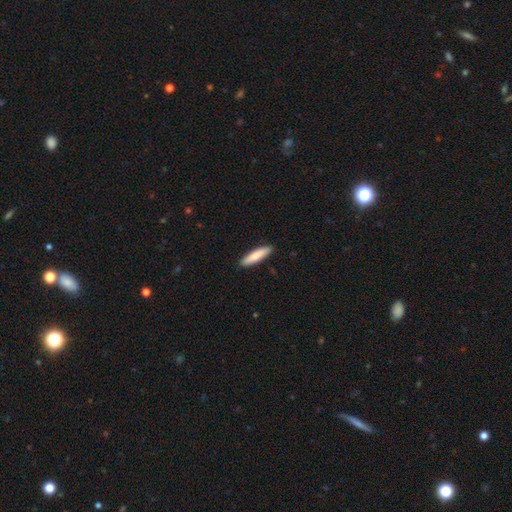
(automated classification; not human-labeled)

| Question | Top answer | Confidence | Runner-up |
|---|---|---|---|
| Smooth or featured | smooth | 80% | featured or disk (15%) |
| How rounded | cigar-shaped | 74% | in between (24%) |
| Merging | none | 90% | minor disturbance (7%) |